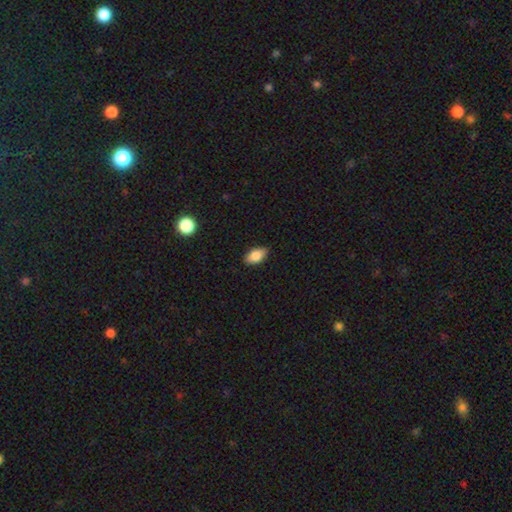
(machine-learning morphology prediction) Smooth or featured? Predicted: smooth (p=0.83). How rounded? Predicted: in between (p=0.91). Merging? Predicted: none (p=0.87).